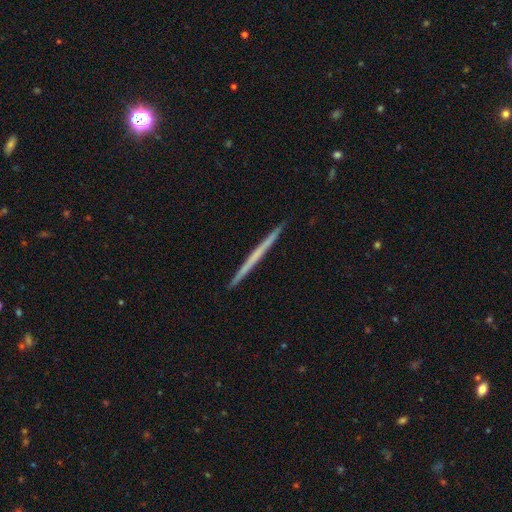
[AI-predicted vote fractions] Q: Smooth or featured?
A: featured or disk (56%); runner-up: smooth (38%)
Q: Edge-on disk?
A: yes (98%); runner-up: no (2%)
Q: Edge-on bulge?
A: none (92%); runner-up: rounded (6%)
Q: Merging?
A: none (93%); runner-up: minor disturbance (5%)